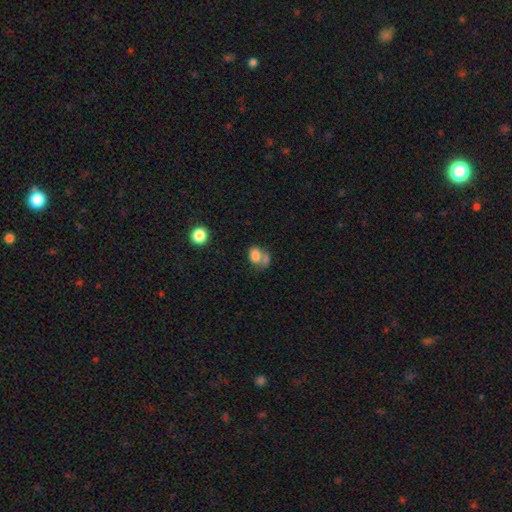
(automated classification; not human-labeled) This is likely a smooth galaxy (76%). How rounded: likely in between (64%). Merging: possibly merger (48%).